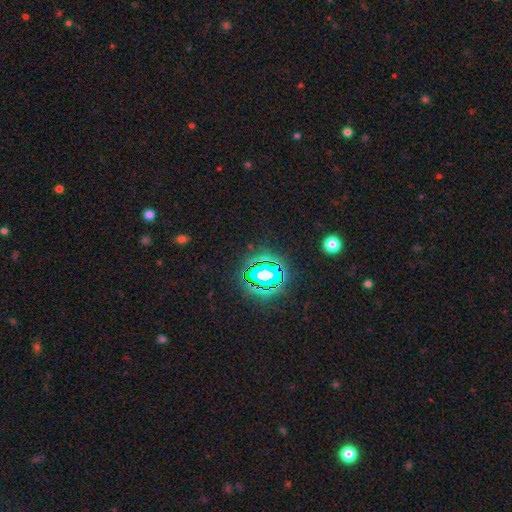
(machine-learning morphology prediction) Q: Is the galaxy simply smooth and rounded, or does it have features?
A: star or artifact — 83%.